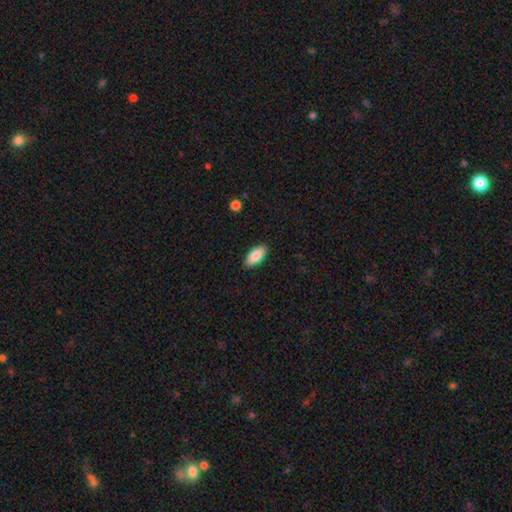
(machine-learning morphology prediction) A smooth galaxy with no disk features (87%) that is in between round and cigar-shaped (89%).

Vote fractions:
- Smooth or featured? smooth: 87% / featured or disk: 7% / star or artifact: 6%
- How rounded? in between: 89% / cigar-shaped: 9% / round: 2%
- Merging? none: 89% / minor disturbance: 8% / major disturbance: 2% / merger: 1%